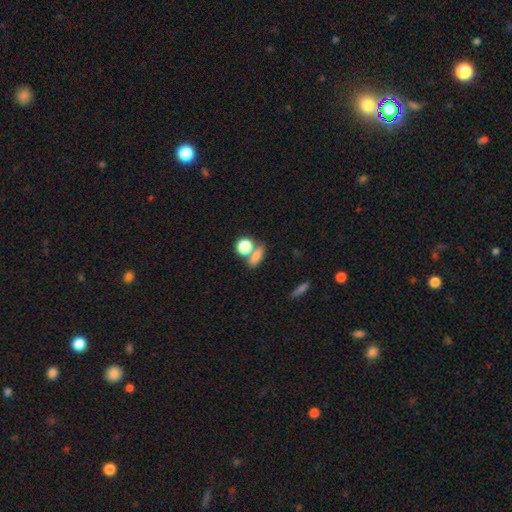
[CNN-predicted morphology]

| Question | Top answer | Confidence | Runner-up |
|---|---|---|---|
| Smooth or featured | smooth | 76% | star or artifact (12%) |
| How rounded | in between | 56% | round (32%) |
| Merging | none | 48% | merger (37%) |